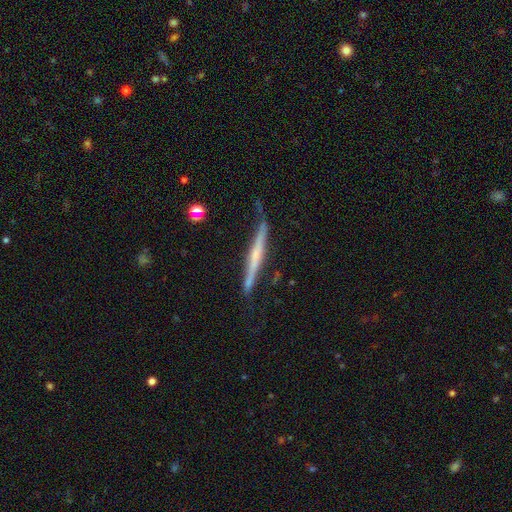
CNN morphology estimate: Smooth or featured? featured or disk (67%)
Edge-on disk? yes (96%)
Edge-on bulge? none (49%)
Merging? none (70%)